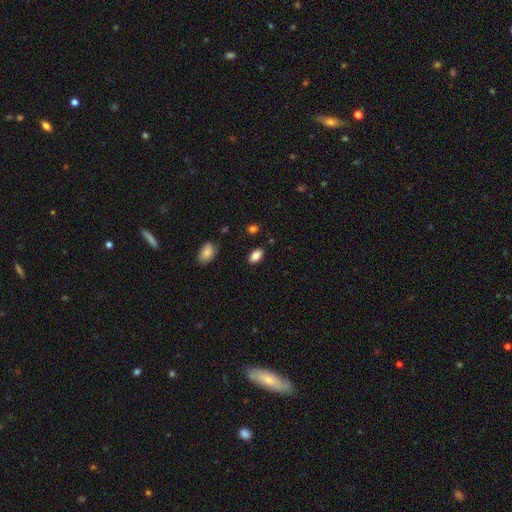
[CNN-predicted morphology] type=smooth (86%); roundness=in between (92%); merging=none (86%).